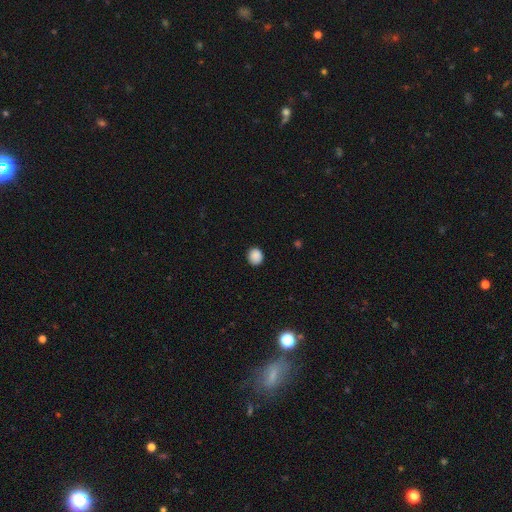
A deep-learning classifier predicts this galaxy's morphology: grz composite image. It shows a smooth galaxy with no disk features (88%) that is round (83%). Merging: none (89%).